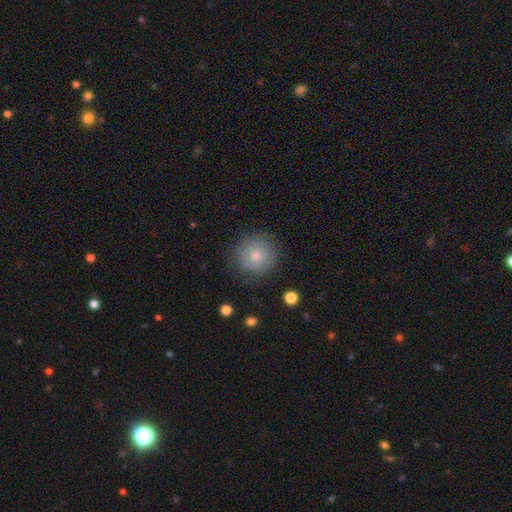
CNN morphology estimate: A smooth galaxy with no disk features (77%) that is round (94%). Merging: none (86%).